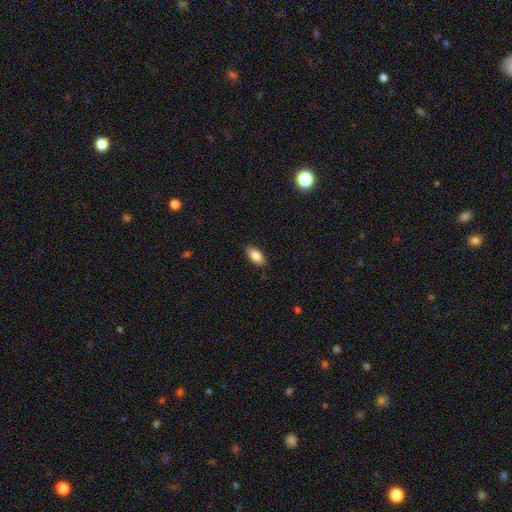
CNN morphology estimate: Smooth or featured? Predicted: smooth (p=0.85). How rounded? Predicted: in between (p=0.89). Merging? Predicted: none (p=0.88).